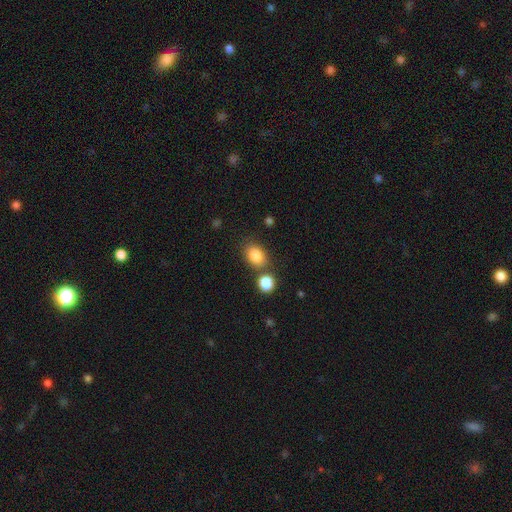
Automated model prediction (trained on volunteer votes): This appears to be a smooth galaxy with no disk features (84%) that is in between round and cigar-shaped (70%). Merging: none (69%).